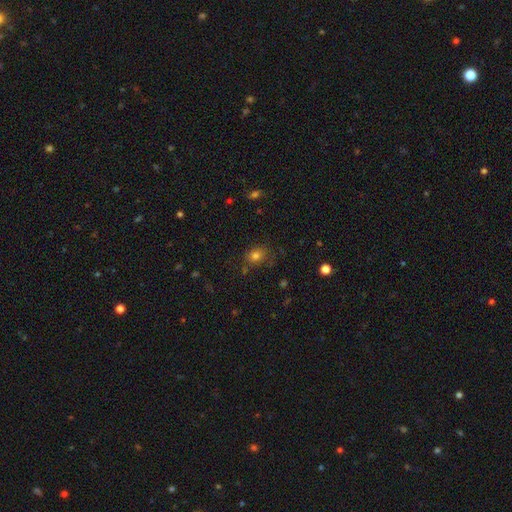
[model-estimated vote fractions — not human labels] Smooth or featured? Predicted: smooth (p=0.77). How rounded? Predicted: round (p=0.54). Merging? Predicted: none (p=0.73).